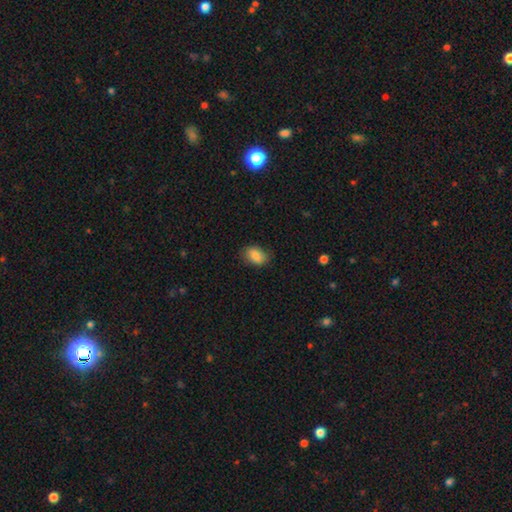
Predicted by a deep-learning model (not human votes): Overall: smooth (85%). How rounded: in between (82%). Merging: none (80%).